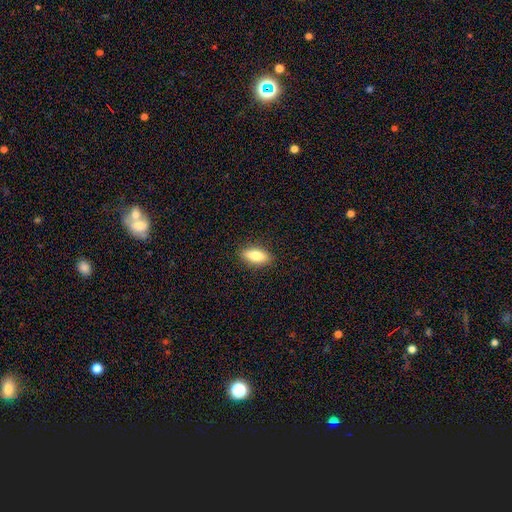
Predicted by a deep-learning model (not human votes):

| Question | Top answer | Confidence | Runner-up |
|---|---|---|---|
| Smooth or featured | smooth | 79% | featured or disk (14%) |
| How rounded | in between | 76% | cigar-shaped (20%) |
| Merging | none | 87% | minor disturbance (10%) |